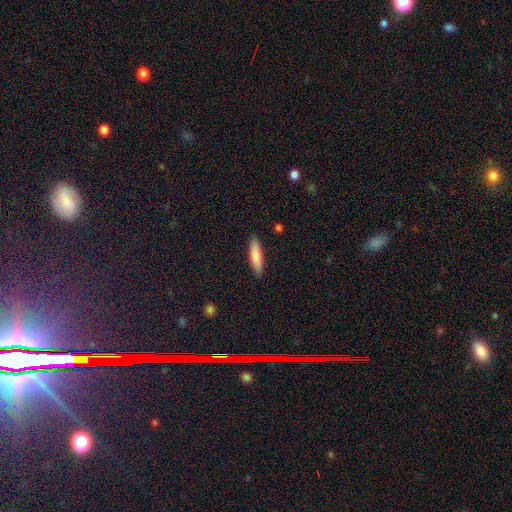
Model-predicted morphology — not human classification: Smooth or featured? smooth (81%)
How rounded? cigar-shaped (75%)
Merging? none (89%)